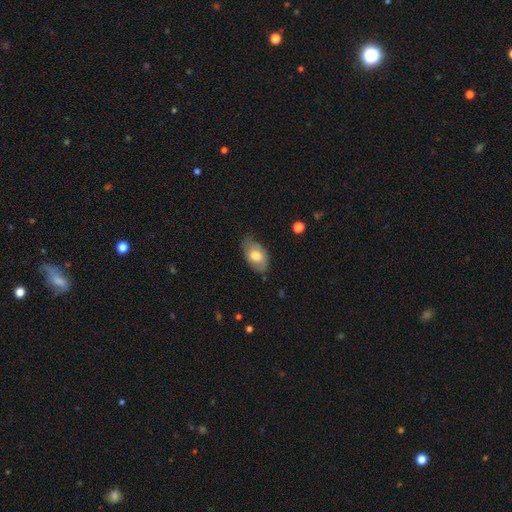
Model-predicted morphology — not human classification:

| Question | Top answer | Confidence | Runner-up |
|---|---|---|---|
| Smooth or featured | smooth | 63% | featured or disk (31%) |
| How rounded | in between | 91% | round (7%) |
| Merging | none | 64% | minor disturbance (29%) |